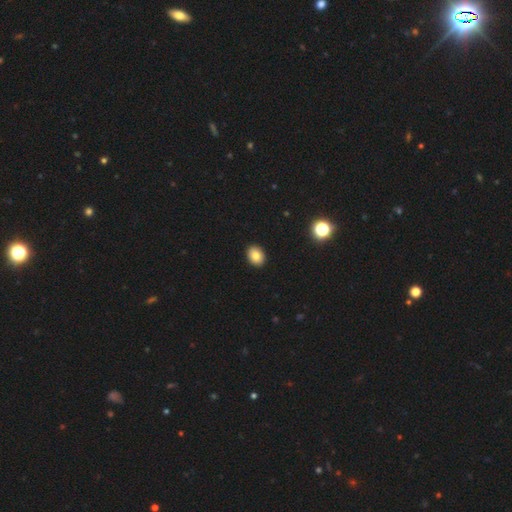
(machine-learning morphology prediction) Smooth or featured?
  - smooth: 82% *
  - star or artifact: 10%
  - featured or disk: 8%
How rounded?
  - in between: 65% *
  - round: 35%
  - cigar-shaped: 1%
Merging?
  - none: 92% *
  - minor disturbance: 5%
  - major disturbance: 1%
  - merger: 1%